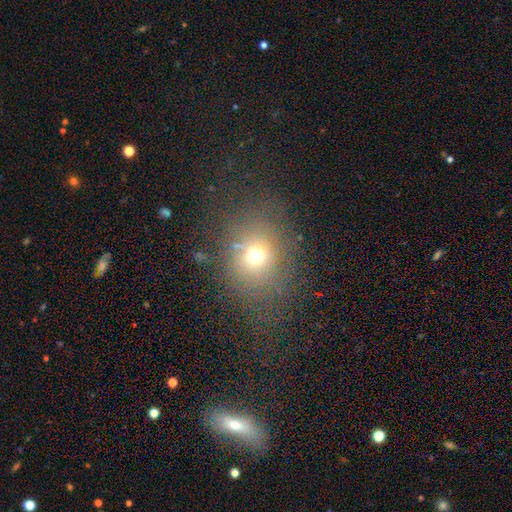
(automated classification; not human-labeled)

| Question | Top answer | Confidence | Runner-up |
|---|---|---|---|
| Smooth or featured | smooth | 66% | star or artifact (20%) |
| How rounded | round | 67% | in between (32%) |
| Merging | none | 71% | minor disturbance (15%) |